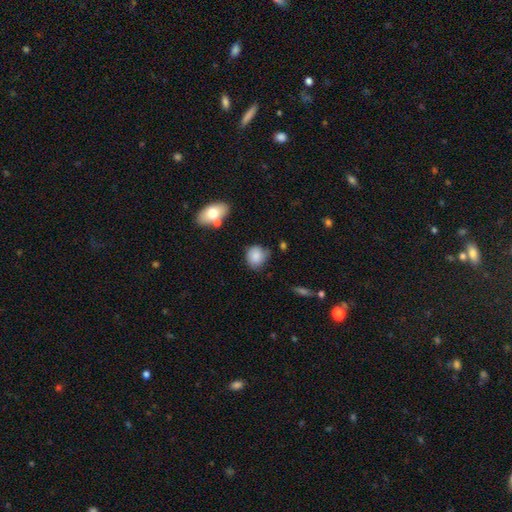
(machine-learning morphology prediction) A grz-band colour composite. It shows a smooth galaxy with no disk features (84%) that is round (73%). Merging: none (64%).